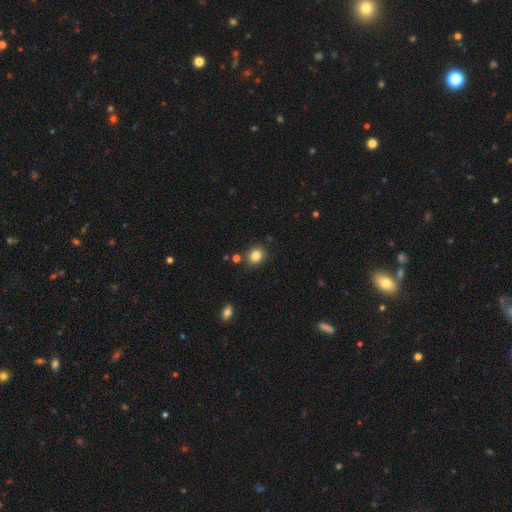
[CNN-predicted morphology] A smooth galaxy with no disk features (83%) that is round (60%). Merging: none (83%).